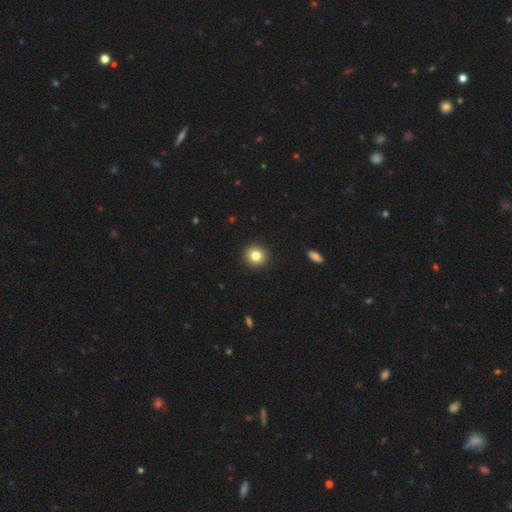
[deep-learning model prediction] smooth-or-featured: smooth: 83% | star or artifact: 10% | featured or disk: 7%
  how-rounded: round: 91% | in between: 8% | cigar-shaped: 1%
  merging: none: 93% | minor disturbance: 5% | major disturbance: 2% | merger: 1%